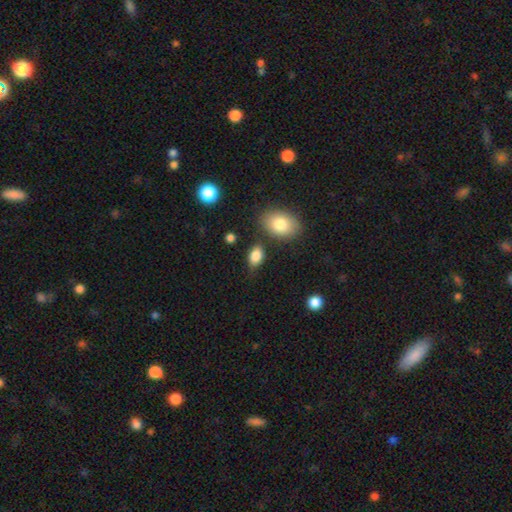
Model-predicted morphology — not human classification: Smooth or featured? smooth (86%)
How rounded? in between (87%)
Merging? none (67%)